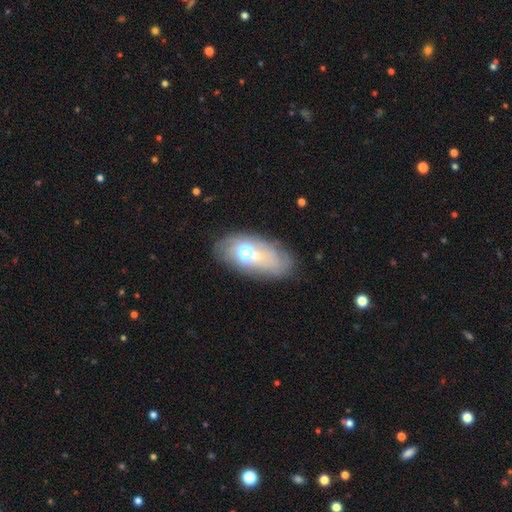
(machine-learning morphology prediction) smooth_or_featured: featured or disk (p=0.46) [alt: smooth p=0.40]
merging: none (p=0.58) [alt: minor disturbance p=0.19]